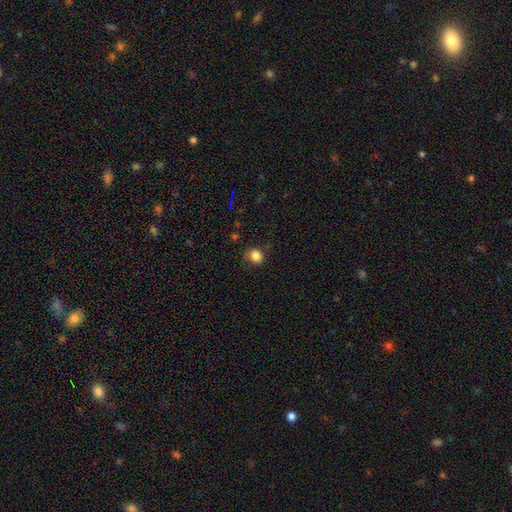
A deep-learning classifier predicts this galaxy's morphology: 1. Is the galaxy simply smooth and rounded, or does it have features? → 84% smooth, 11% star or artifact, 4% featured or disk.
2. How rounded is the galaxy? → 79% round, 20% in between, 1% cigar-shaped.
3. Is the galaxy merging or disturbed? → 74% none, 19% minor disturbance, 5% major disturbance, 2% merger.